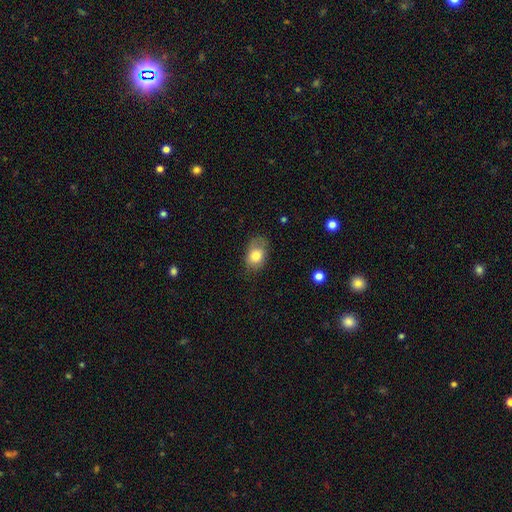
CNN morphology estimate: The model was most divided on "merging": none: 61%, minor disturbance: 28%, major disturbance: 9%, merger: 2%. More confident: smooth or featured — smooth (79%); how rounded — in between (77%).